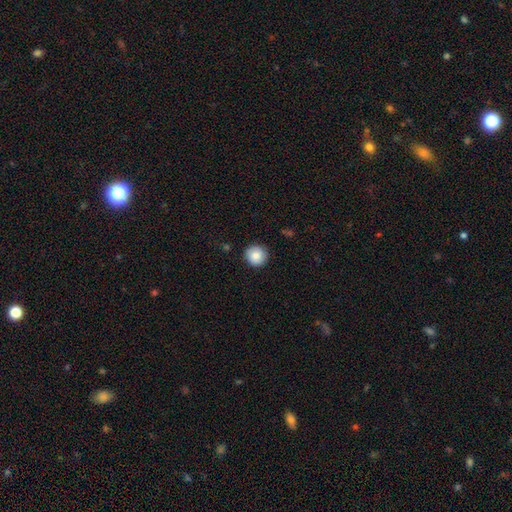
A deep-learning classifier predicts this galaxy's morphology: The model was most divided on "smooth or featured": smooth: 85%, star or artifact: 8%, featured or disk: 7%. More confident: how rounded — round (95%); merging — none (91%).